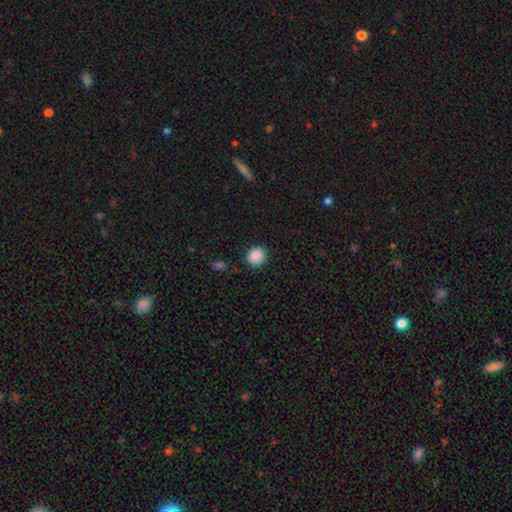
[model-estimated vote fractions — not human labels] Overall: smooth (88%). How rounded: round (85%). Merging: none (88%).